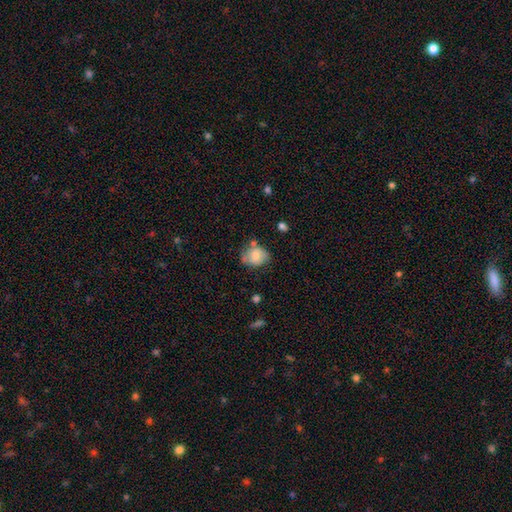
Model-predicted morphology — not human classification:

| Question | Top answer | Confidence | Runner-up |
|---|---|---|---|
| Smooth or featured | smooth | 73% | featured or disk (19%) |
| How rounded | round | 52% | in between (47%) |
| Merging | none | 59% | minor disturbance (26%) |